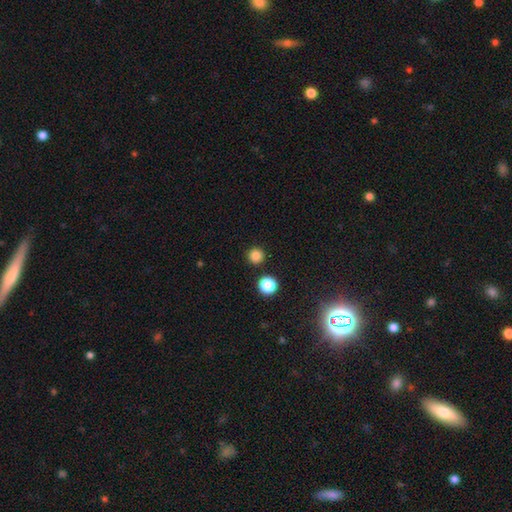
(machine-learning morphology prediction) Overall: smooth (83%). How rounded: round (96%). Merging: none (90%).